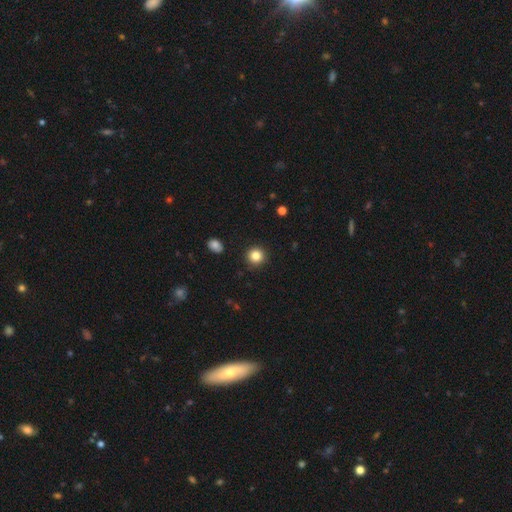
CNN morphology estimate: smooth-or-featured: smooth: 84% | star or artifact: 11% | featured or disk: 5%
  how-rounded: round: 94% | in between: 5% | cigar-shaped: 1%
  merging: none: 92% | minor disturbance: 5% | major disturbance: 2% | merger: 1%